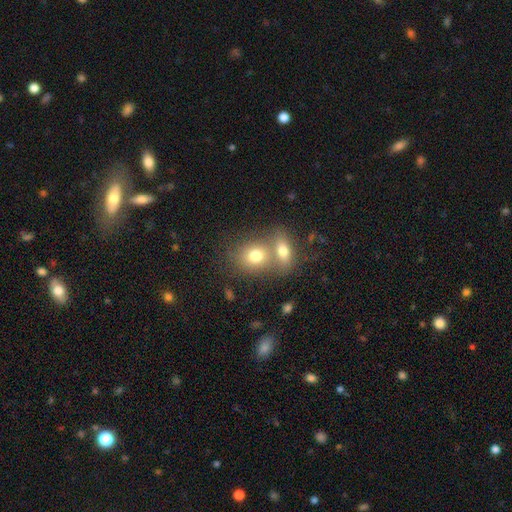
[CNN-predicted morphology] Smooth or featured: smooth — 75% (featured or disk — 15%)
How rounded: round — 50% (in between — 48%)
Merging: merger — 54% (none — 34%)